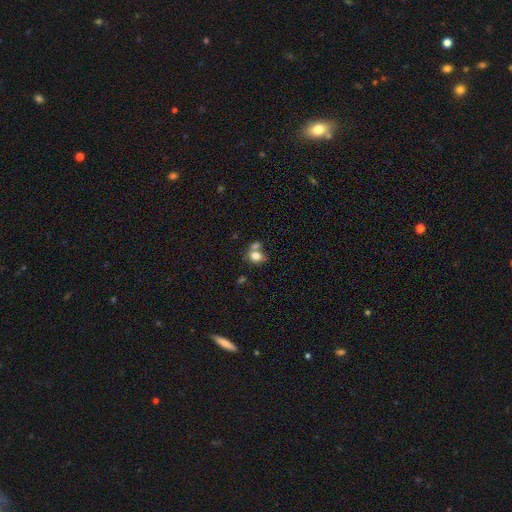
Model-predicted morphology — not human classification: smooth 78%, featured or disk 12%, star or artifact 10%. Down the decision tree: how rounded — in between (51%); merging — none (43%).